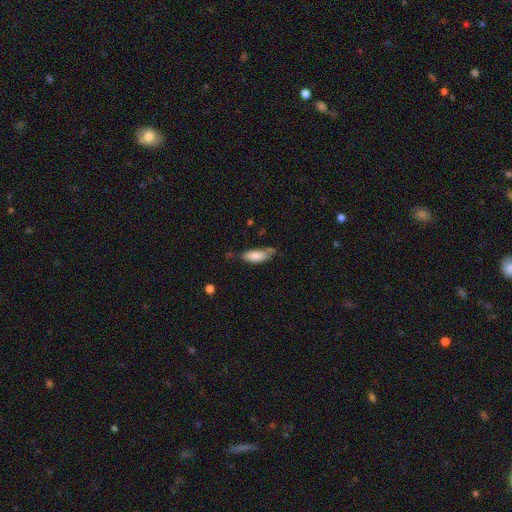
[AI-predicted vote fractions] Smooth or featured? smooth (79%)
How rounded? in between (77%)
Merging? none (52%)